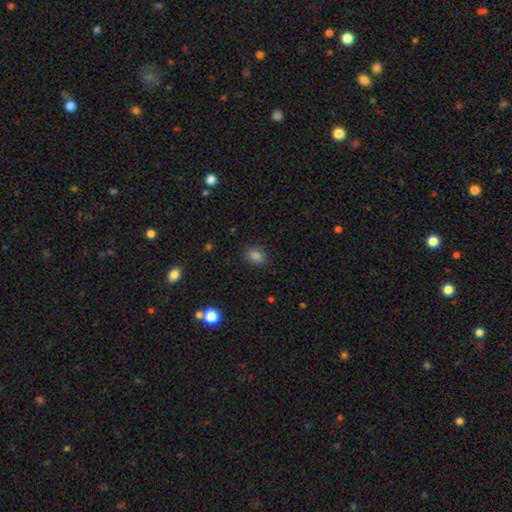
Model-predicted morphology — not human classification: This is clearly a smooth galaxy (83%). How rounded: likely in between (72%). Merging: clearly none (84%).